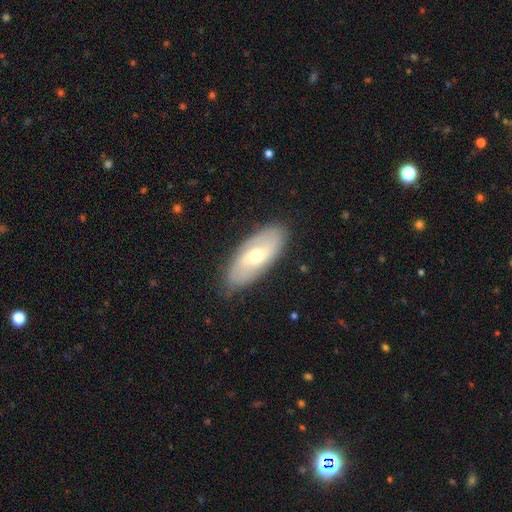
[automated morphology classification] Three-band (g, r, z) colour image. It shows a featured or disk galaxy (56%). Merging: none (84%).